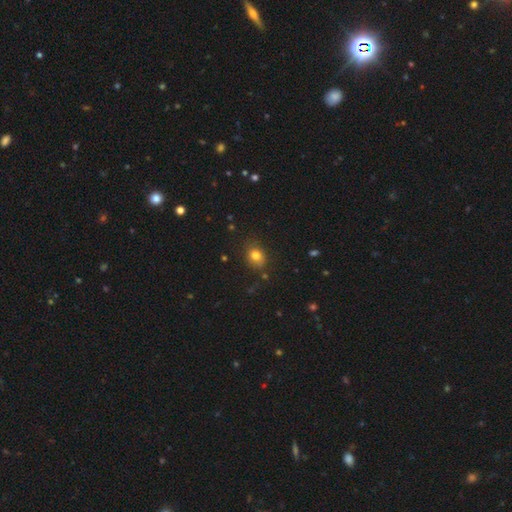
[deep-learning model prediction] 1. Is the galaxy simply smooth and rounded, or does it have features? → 79% smooth, 12% star or artifact, 8% featured or disk.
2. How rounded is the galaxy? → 51% round, 48% in between, 1% cigar-shaped.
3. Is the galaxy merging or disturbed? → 76% none, 17% minor disturbance, 4% major disturbance, 3% merger.